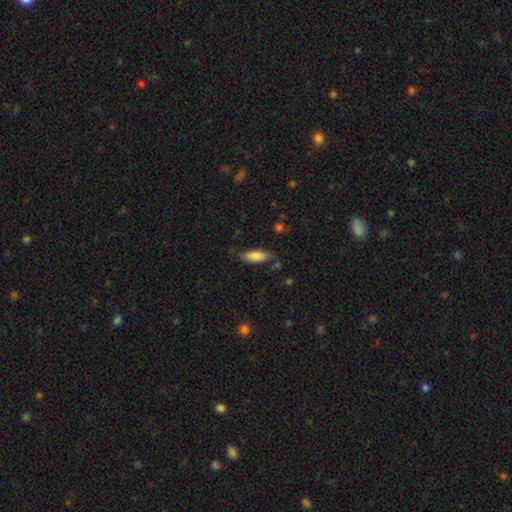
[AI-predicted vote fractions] Smooth or featured?
  - smooth: 82% *
  - featured or disk: 12%
  - star or artifact: 7%
How rounded?
  - in between: 71% *
  - cigar-shaped: 27%
  - round: 2%
Merging?
  - none: 81% *
  - minor disturbance: 14%
  - major disturbance: 3%
  - merger: 2%